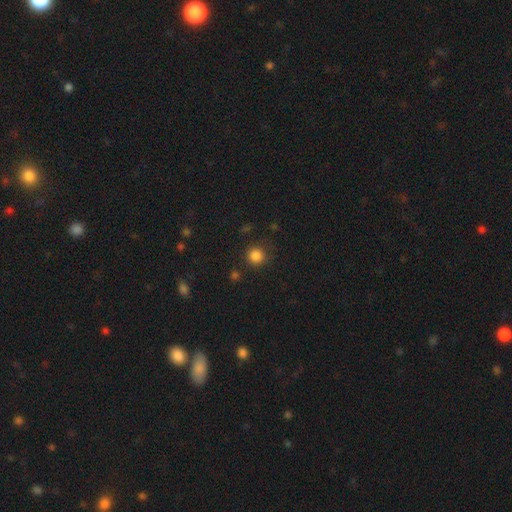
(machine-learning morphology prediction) Overall: smooth (84%). How rounded: round (92%). Merging: none (84%).